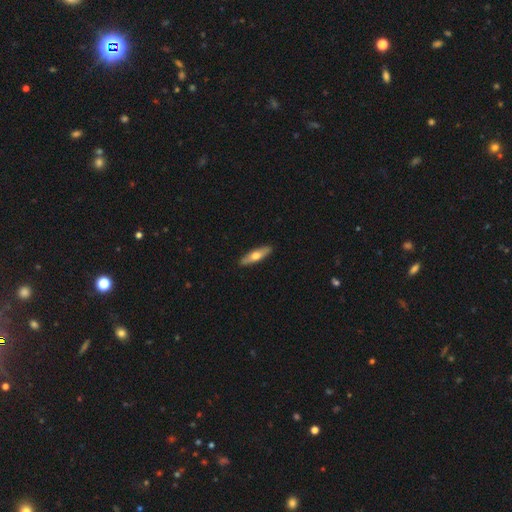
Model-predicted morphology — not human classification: Smooth or featured? Predicted: smooth (p=0.56). How rounded? Predicted: cigar-shaped (p=0.66). Merging? Predicted: none (p=0.91).